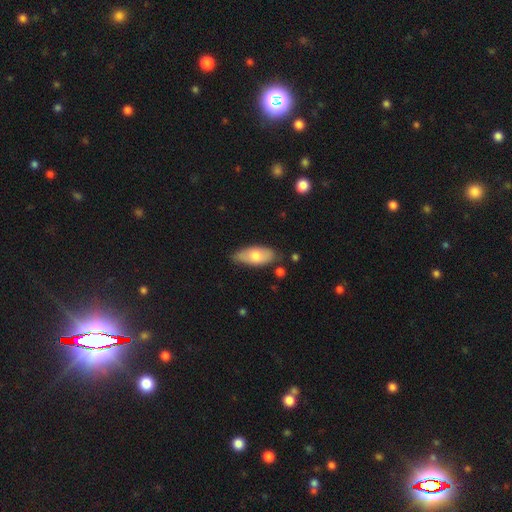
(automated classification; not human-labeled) smooth-or-featured: smooth: 68% | featured or disk: 26% | star or artifact: 6%
  how-rounded: in between: 87% | cigar-shaped: 10% | round: 3%
  merging: none: 74% | minor disturbance: 19% | major disturbance: 3% | merger: 3%